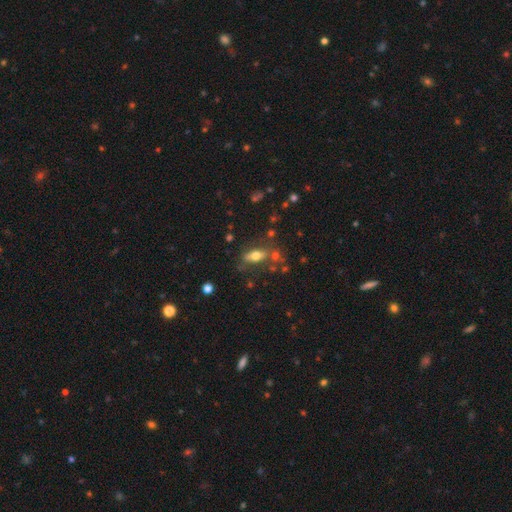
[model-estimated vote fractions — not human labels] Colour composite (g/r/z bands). It shows a smooth galaxy with no disk features (63%) that is in between round and cigar-shaped (73%). Merging: none (67%).